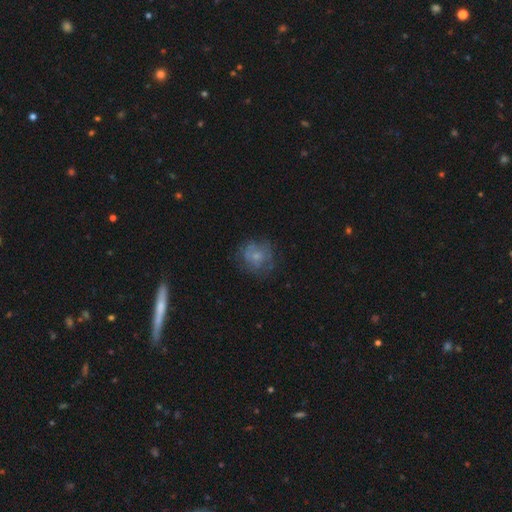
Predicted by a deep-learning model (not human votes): Overall: smooth (55%; featured or disk 33%). How rounded: round (84%). Merging: none (66%).